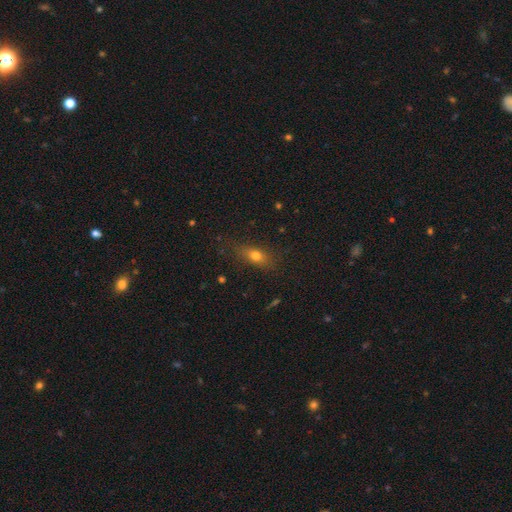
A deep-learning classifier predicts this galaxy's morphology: The model was most divided on "how rounded": in between: 63%, cigar-shaped: 23%, round: 15%. More confident: merging — none (78%); smooth or featured — smooth (69%).